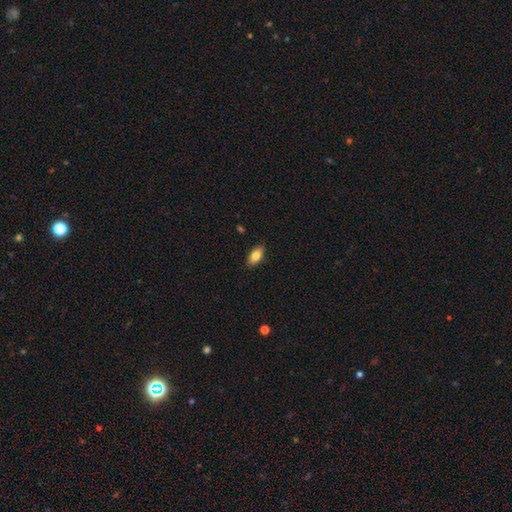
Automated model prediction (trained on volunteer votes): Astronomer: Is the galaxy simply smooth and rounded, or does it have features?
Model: smooth — 83%.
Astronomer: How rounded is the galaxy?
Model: in between — 90%.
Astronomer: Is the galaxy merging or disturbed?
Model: none — 87%.